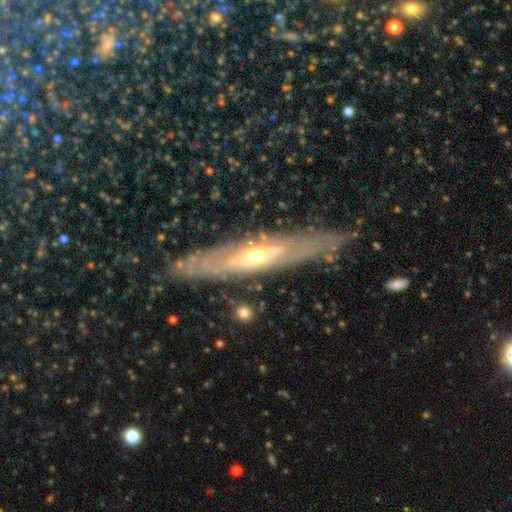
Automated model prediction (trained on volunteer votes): The model was most divided on "edge-on disk": yes: 62%, no: 38%. More confident: merging — none (83%); smooth or featured — featured or disk (76%).